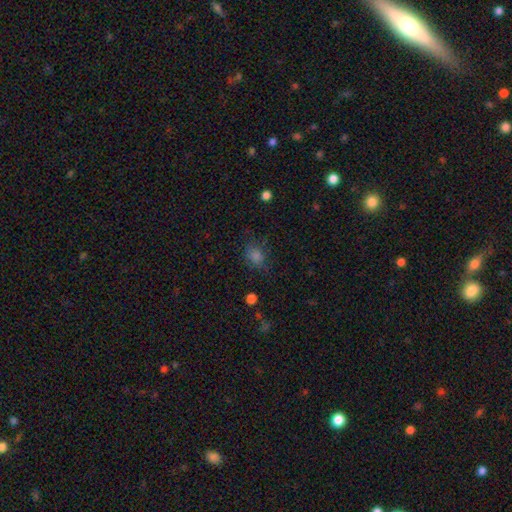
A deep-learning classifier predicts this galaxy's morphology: Overall: smooth (71%). How rounded: round (54%; in between 45%). Merging: none (72%).